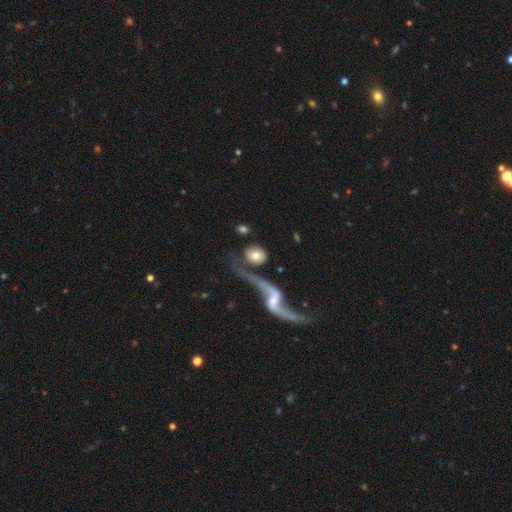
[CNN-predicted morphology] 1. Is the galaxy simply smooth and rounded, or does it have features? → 60% smooth, 33% featured or disk, 7% star or artifact.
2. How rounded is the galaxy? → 73% round, 24% in between, 3% cigar-shaped.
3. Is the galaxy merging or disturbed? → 54% none, 22% merger, 12% minor disturbance, 12% major disturbance.